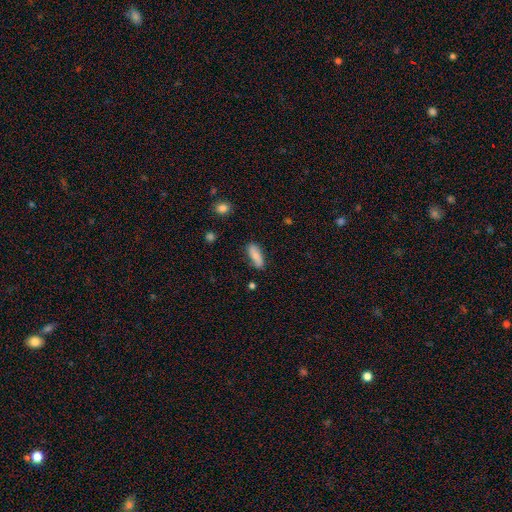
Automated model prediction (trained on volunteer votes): Morphology: type=smooth (78%); roundness=in between (69%); merging=none (78%).